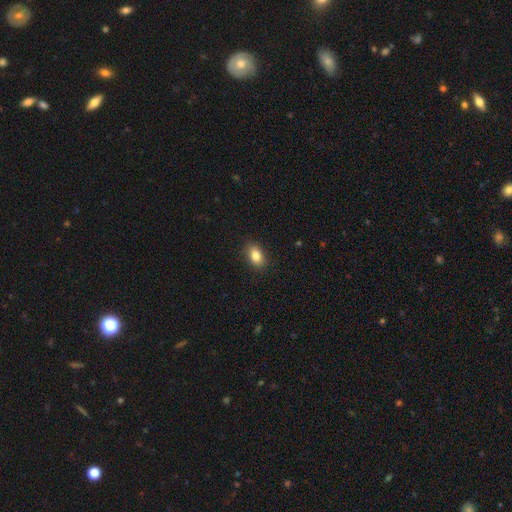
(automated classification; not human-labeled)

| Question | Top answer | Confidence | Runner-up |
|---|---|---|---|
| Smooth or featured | smooth | 84% | star or artifact (9%) |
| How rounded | in between | 86% | round (11%) |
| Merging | none | 89% | minor disturbance (8%) |